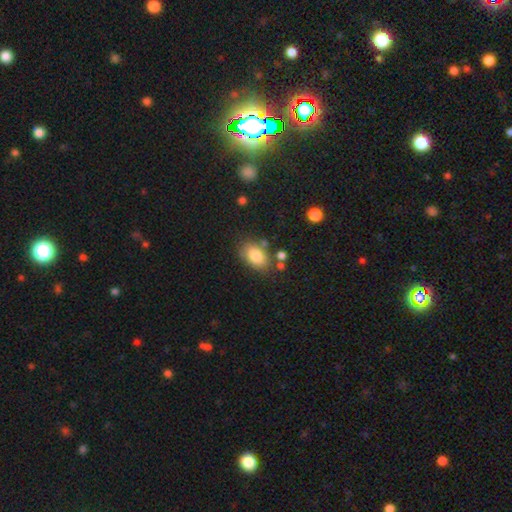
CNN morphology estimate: Smooth or featured: smooth — 82% (featured or disk — 9%)
How rounded: in between — 86% (round — 13%)
Merging: none — 71% (minor disturbance — 16%)